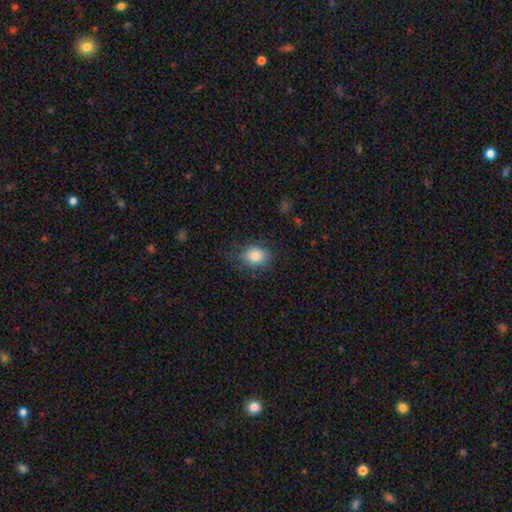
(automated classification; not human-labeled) Q: Smooth or featured?
A: smooth (83%); runner-up: star or artifact (9%)
Q: How rounded?
A: in between (60%); runner-up: round (39%)
Q: Merging?
A: none (74%); runner-up: minor disturbance (18%)